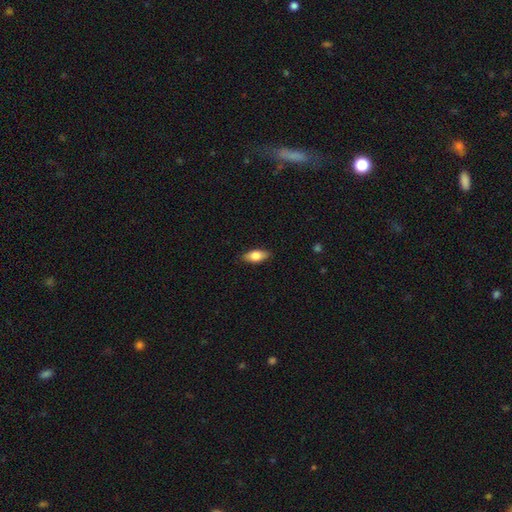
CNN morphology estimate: smooth_or_featured: smooth (p=0.78) [alt: featured or disk p=0.16]
how_rounded: in between (p=0.84) [alt: cigar-shaped p=0.13]
merging: none (p=0.87) [alt: minor disturbance p=0.10]